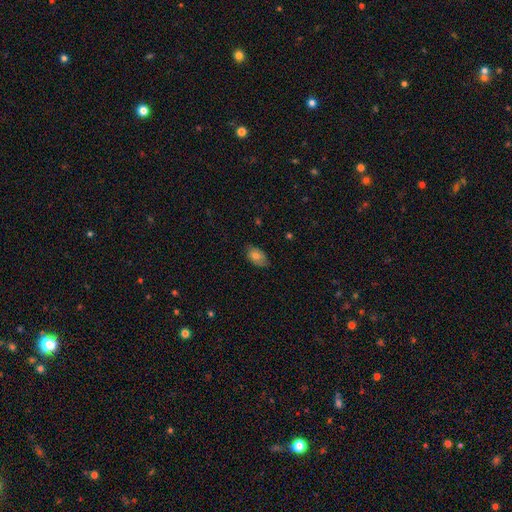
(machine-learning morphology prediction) Smooth or featured: smooth — 76% (featured or disk — 16%)
How rounded: in between — 90% (round — 8%)
Merging: none — 72% (minor disturbance — 23%)